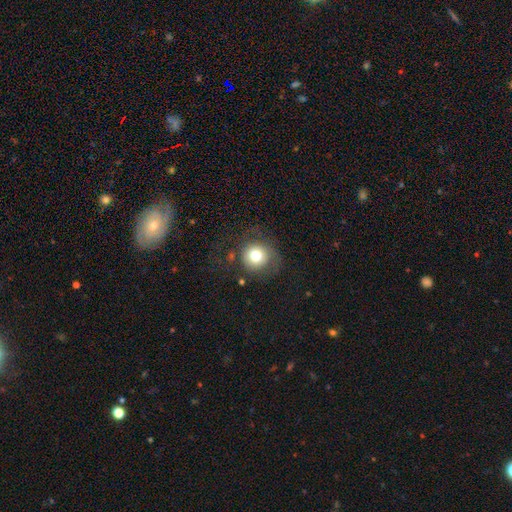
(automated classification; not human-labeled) Morphology: type=smooth (74%); roundness=round (92%); merging=none (64%).